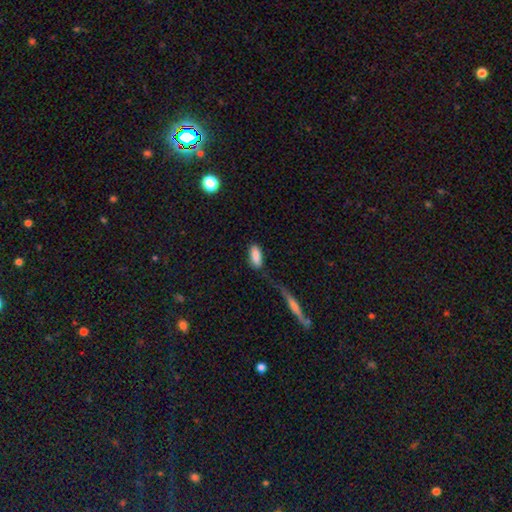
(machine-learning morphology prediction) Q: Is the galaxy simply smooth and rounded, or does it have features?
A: smooth — 87%.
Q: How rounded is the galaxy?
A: in between — 85%.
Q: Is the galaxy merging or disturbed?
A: none — 70%.